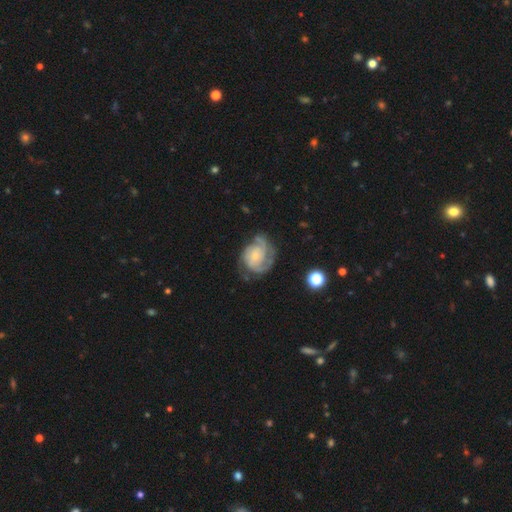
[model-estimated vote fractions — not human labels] smooth-or-featured: featured or disk: 84% | smooth: 10% | star or artifact: 5%
  disk-edge-on: no: 98% | yes: 2%
    bar: no: 72% | weak: 24% | strong: 4%
    has-spiral-arms: yes: 96% | no: 4%
      spiral-winding: tight: 52% | medium: 38% | loose: 10%
      spiral-arm-count: 2: 34% | 3: 32% | can't tell: 18% | 4: 6% | 1: 6% | more than 4: 4%
    bulge-size: small: 71% | moderate: 21% | none: 4% | large: 2% | dominant: 1%
  merging: none: 60% | minor disturbance: 23% | major disturbance: 15% | merger: 2%